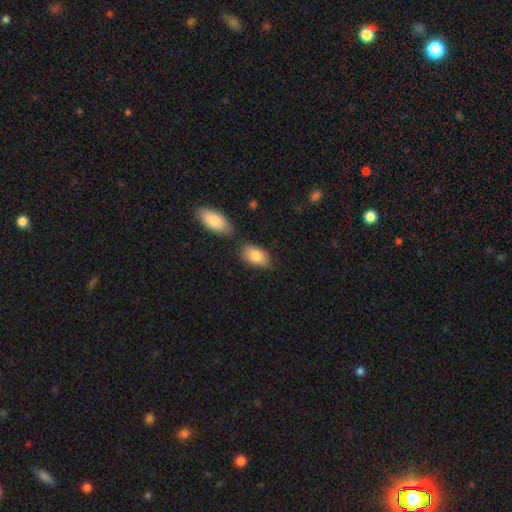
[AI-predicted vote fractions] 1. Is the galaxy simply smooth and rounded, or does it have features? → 83% smooth, 11% featured or disk, 6% star or artifact.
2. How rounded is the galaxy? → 92% in between, 6% round, 3% cigar-shaped.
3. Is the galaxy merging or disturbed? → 67% none, 16% minor disturbance, 14% merger, 4% major disturbance.